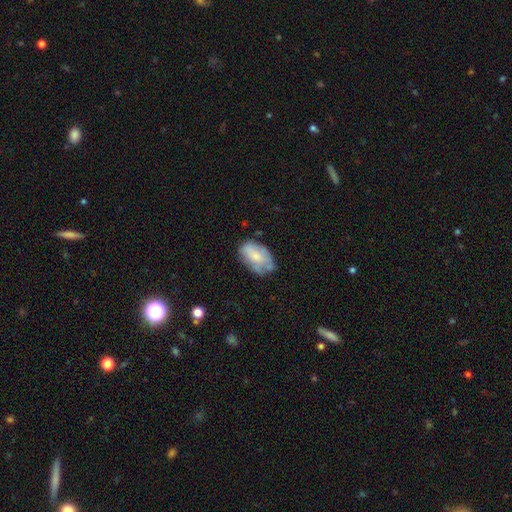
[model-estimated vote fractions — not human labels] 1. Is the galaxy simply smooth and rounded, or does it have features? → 62% smooth, 30% featured or disk, 7% star or artifact.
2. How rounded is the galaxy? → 91% in between, 7% round, 2% cigar-shaped.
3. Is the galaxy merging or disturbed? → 53% none, 32% minor disturbance, 11% major disturbance, 4% merger.